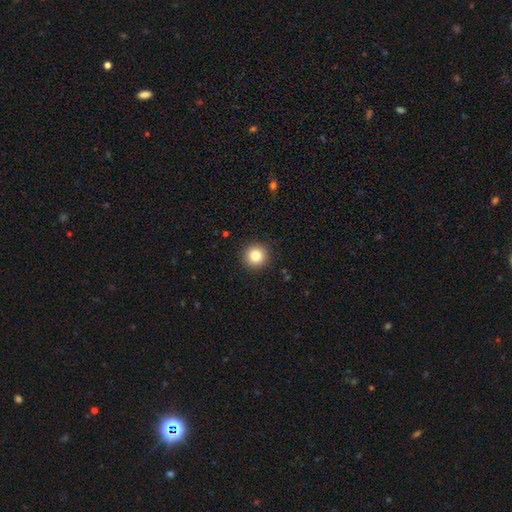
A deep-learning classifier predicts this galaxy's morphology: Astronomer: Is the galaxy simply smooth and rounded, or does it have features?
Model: smooth — 83%.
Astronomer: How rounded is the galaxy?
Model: round — 95%.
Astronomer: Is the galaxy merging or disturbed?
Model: none — 92%.